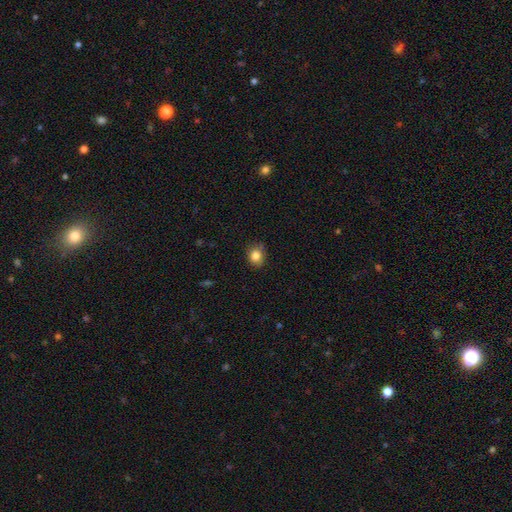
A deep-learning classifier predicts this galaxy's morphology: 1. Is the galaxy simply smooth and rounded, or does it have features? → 83% smooth, 10% star or artifact, 7% featured or disk.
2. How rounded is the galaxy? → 59% round, 40% in between, 1% cigar-shaped.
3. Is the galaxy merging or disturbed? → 79% none, 17% minor disturbance, 3% major disturbance, 1% merger.